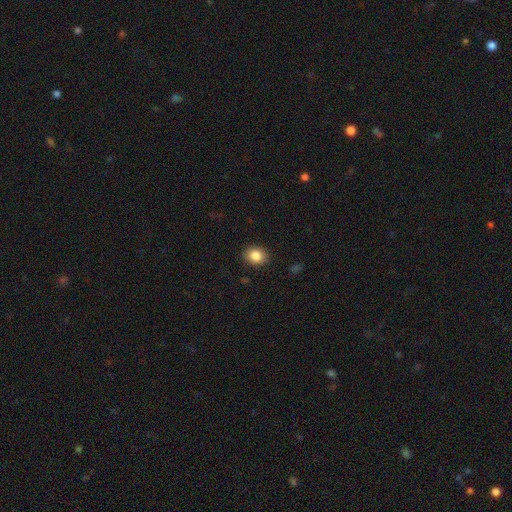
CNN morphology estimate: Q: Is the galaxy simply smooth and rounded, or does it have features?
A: smooth — 86%.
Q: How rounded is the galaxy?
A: round — 52%.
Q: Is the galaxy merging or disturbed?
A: none — 89%.